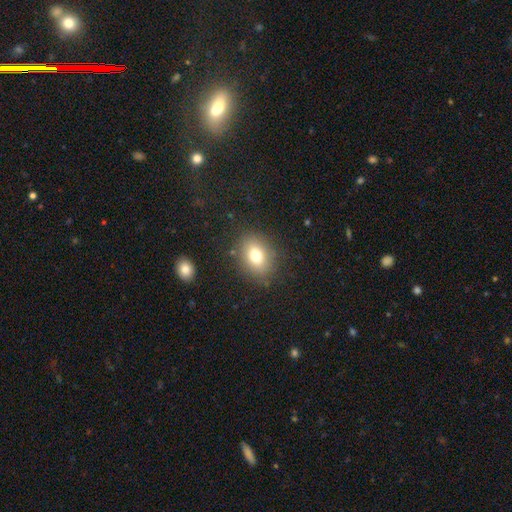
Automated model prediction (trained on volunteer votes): Morphology: type=smooth (77%); roundness=in between (65%); merging=none (83%).